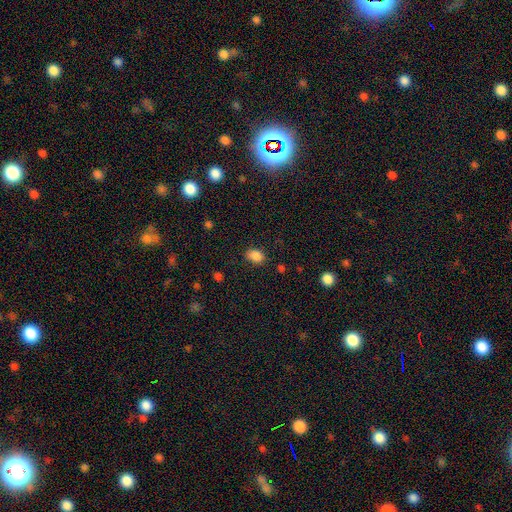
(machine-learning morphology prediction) This is clearly a smooth galaxy (86%). How rounded: likely in between (77%). Merging: clearly none (83%).